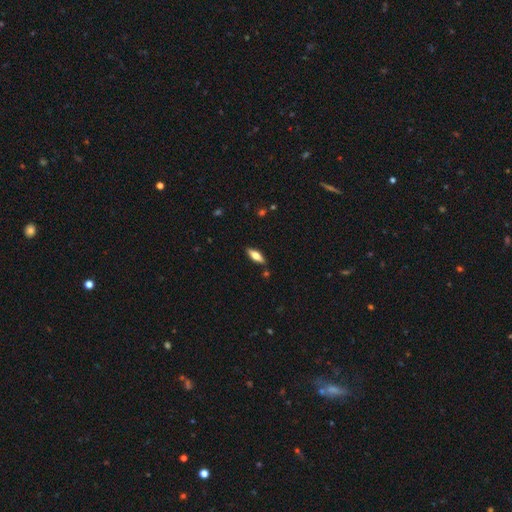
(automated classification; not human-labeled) Smooth or featured: smooth — 58% (featured or disk — 35%)
How rounded: in between — 60% (cigar-shaped — 37%)
Merging: none — 86% (minor disturbance — 10%)